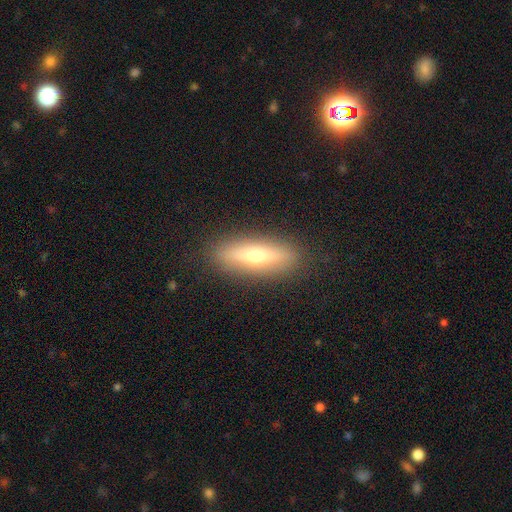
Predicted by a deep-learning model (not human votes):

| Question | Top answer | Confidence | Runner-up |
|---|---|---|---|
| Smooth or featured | smooth | 49% | featured or disk (42%) |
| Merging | none | 89% | minor disturbance (8%) |